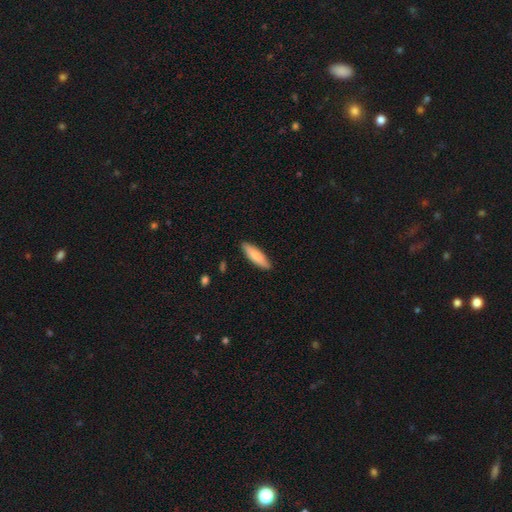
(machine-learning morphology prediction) A smooth galaxy with no disk features (79%) that is cigar-shaped (59%).

Vote fractions:
- Smooth or featured? smooth: 79% / featured or disk: 16% / star or artifact: 5%
- How rounded? cigar-shaped: 59% / in between: 39% / round: 2%
- Merging? none: 88% / minor disturbance: 9% / major disturbance: 2% / merger: 1%